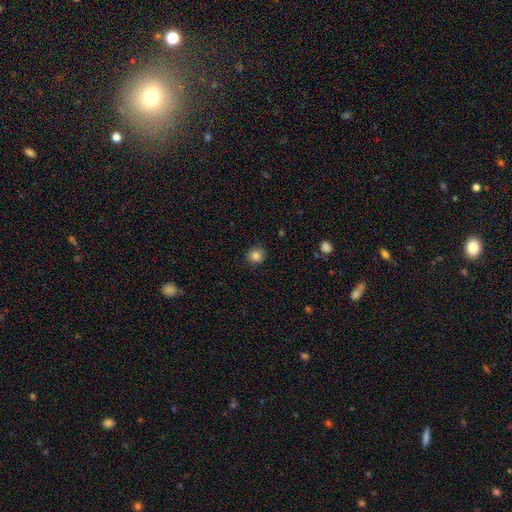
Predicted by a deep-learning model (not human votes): smooth_or_featured: smooth (p=0.84) [alt: star or artifact p=0.11]
how_rounded: round (p=0.89) [alt: in between p=0.10]
merging: none (p=0.90) [alt: minor disturbance p=0.07]